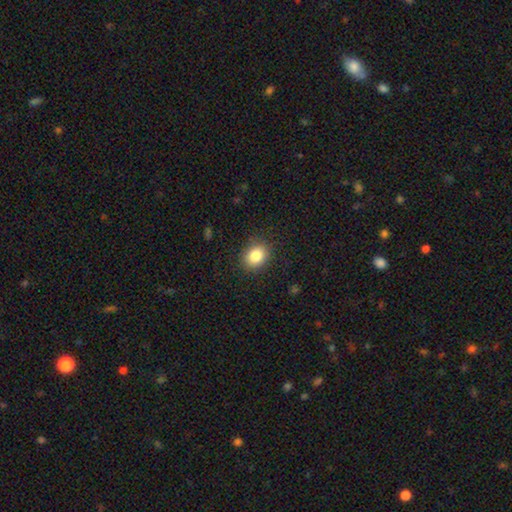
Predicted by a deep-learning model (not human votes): Overall: smooth (84%). How rounded: in between (53%; round 46%). Merging: none (87%).